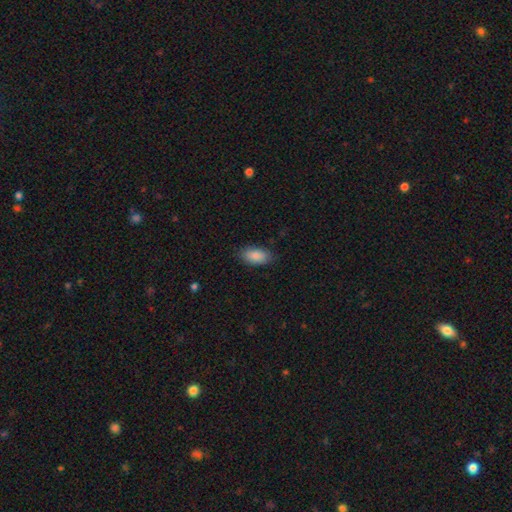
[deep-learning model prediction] smooth 89%, star or artifact 7%, featured or disk 5%. Down the decision tree: how rounded — in between (93%); merging — none (83%).